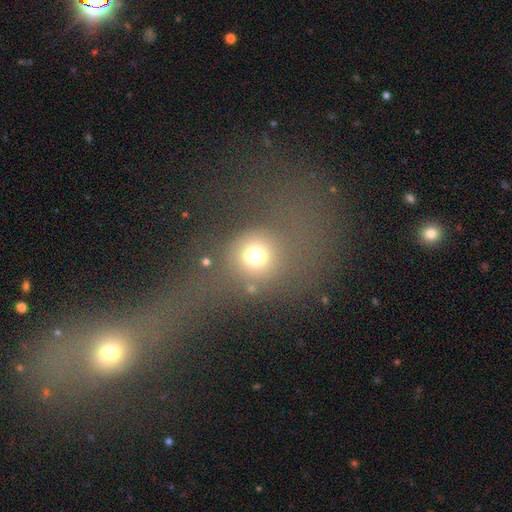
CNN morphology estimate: Smooth or featured? smooth (70%)
How rounded? round (76%)
Merging? none (53%)